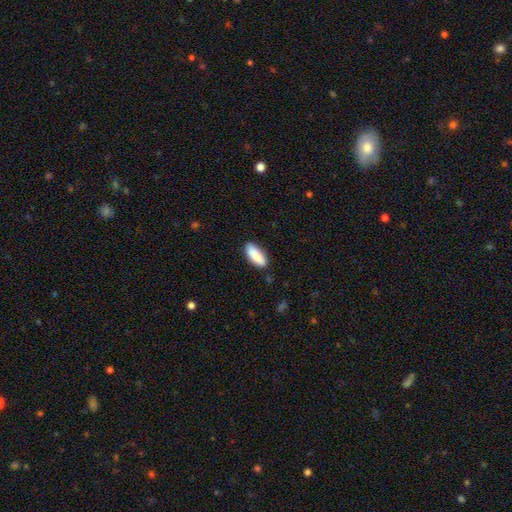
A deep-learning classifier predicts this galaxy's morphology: Smooth or featured?
  - smooth: 88% *
  - star or artifact: 6%
  - featured or disk: 6%
How rounded?
  - in between: 74% *
  - cigar-shaped: 24%
  - round: 2%
Merging?
  - none: 85% *
  - minor disturbance: 11%
  - major disturbance: 2%
  - merger: 2%